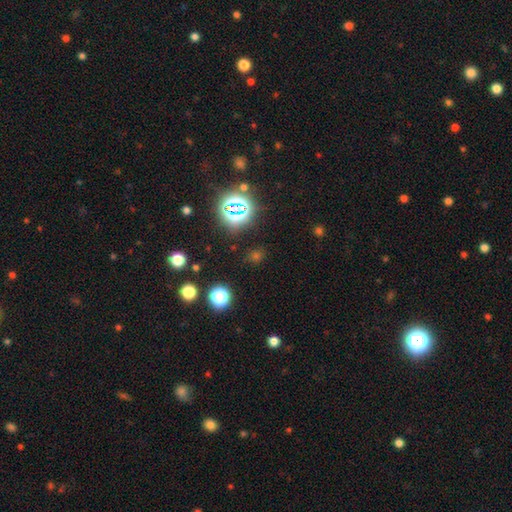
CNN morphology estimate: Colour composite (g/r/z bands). It shows a star or artifact, not a galaxy (54%).